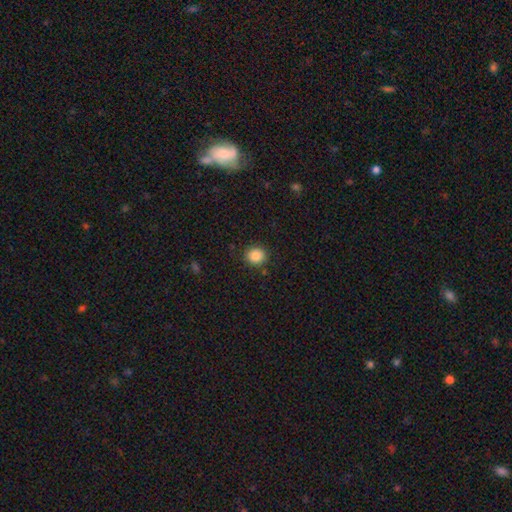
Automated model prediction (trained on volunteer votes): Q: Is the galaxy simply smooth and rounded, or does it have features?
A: smooth — 86%.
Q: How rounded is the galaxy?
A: round — 85%.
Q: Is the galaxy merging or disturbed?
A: none — 88%.